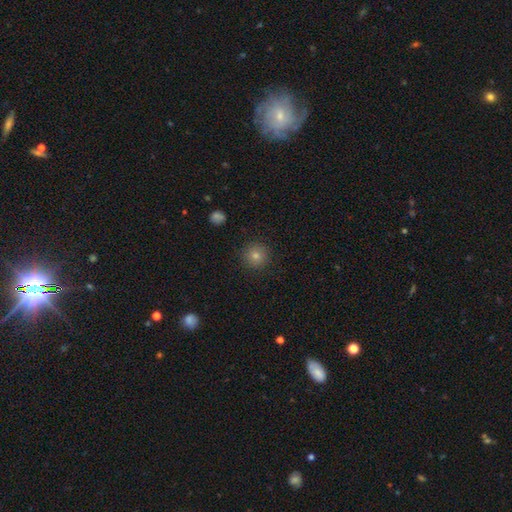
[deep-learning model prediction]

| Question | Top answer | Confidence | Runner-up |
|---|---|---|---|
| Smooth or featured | smooth | 76% | star or artifact (16%) |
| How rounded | round | 96% | in between (3%) |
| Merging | none | 92% | minor disturbance (5%) |